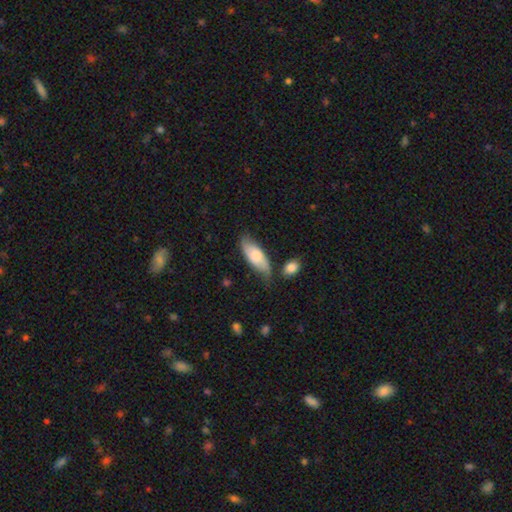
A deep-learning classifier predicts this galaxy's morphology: Q: Smooth or featured?
A: smooth (67%); runner-up: featured or disk (28%)
Q: How rounded?
A: in between (76%); runner-up: cigar-shaped (22%)
Q: Merging?
A: none (63%); runner-up: minor disturbance (25%)